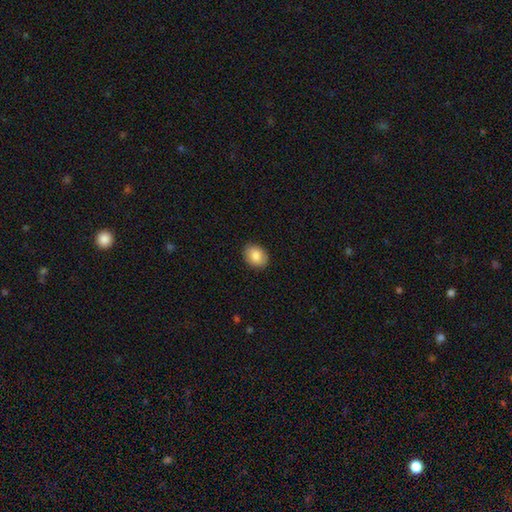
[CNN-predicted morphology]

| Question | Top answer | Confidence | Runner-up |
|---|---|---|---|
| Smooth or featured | smooth | 85% | featured or disk (8%) |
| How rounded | in between | 65% | round (34%) |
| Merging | none | 89% | minor disturbance (8%) |